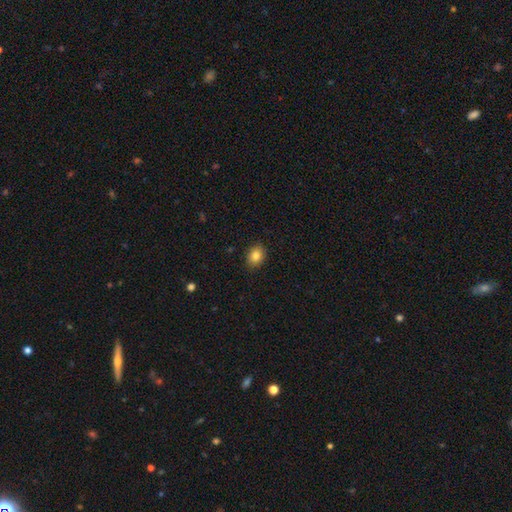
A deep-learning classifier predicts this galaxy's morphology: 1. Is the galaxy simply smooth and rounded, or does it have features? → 84% smooth, 9% star or artifact, 7% featured or disk.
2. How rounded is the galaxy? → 60% in between, 39% round, 1% cigar-shaped.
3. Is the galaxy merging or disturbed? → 87% none, 10% minor disturbance, 2% major disturbance, 1% merger.